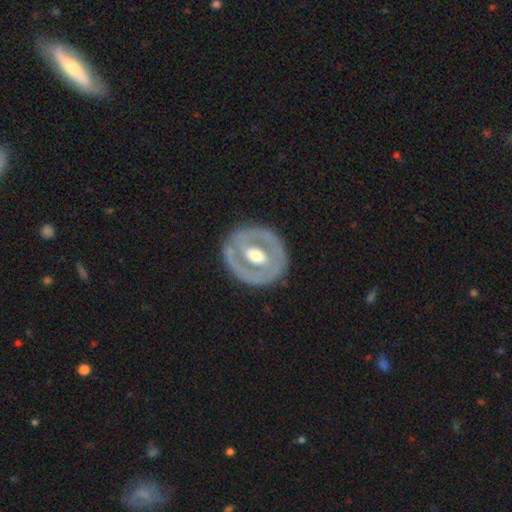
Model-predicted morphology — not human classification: Smooth or featured? featured or disk (70%)
Edge-on disk? no (95%)
Bar? no (54%)
Spiral arms? no (75%)
Bulge size? moderate (64%)
Merging? none (77%)